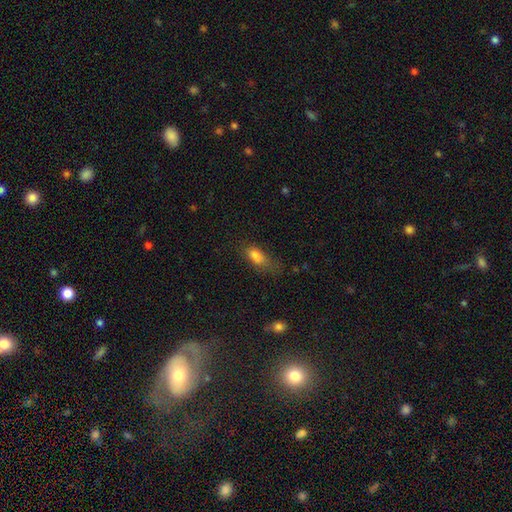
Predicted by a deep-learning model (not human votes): smooth 76%, featured or disk 13%, star or artifact 11%. Down the decision tree: how rounded — in between (79%); merging — none (41%).